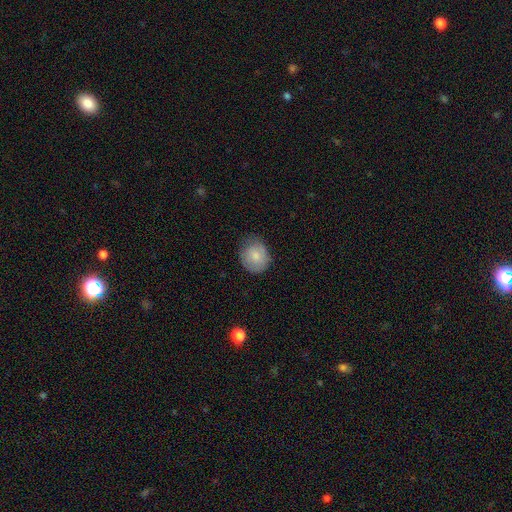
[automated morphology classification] Q: Smooth or featured?
A: smooth (76%); runner-up: featured or disk (17%)
Q: How rounded?
A: round (66%); runner-up: in between (33%)
Q: Merging?
A: none (64%); runner-up: minor disturbance (28%)